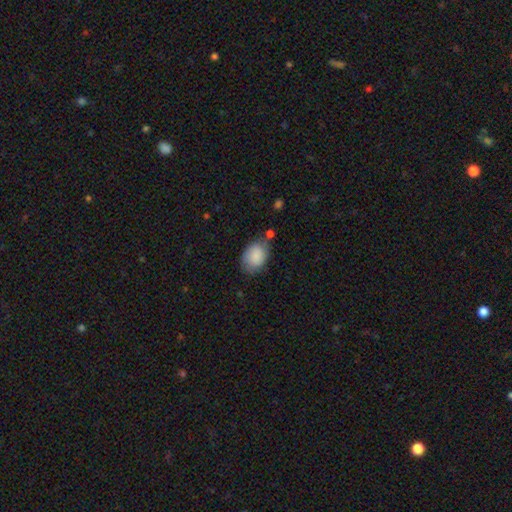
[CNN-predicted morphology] Smooth or featured?
  - smooth: 85% *
  - featured or disk: 8%
  - star or artifact: 6%
How rounded?
  - in between: 82% *
  - round: 17%
  - cigar-shaped: 1%
Merging?
  - none: 63% *
  - minor disturbance: 24%
  - merger: 7%
  - major disturbance: 6%